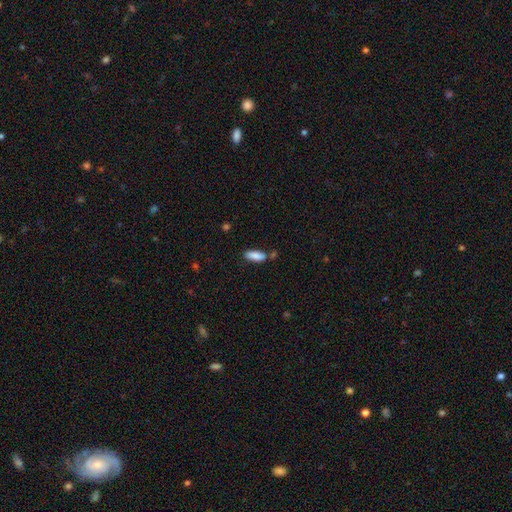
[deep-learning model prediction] Smooth or featured? Predicted: smooth (p=0.87). How rounded? Predicted: in between (p=0.68). Merging? Predicted: none (p=0.71).